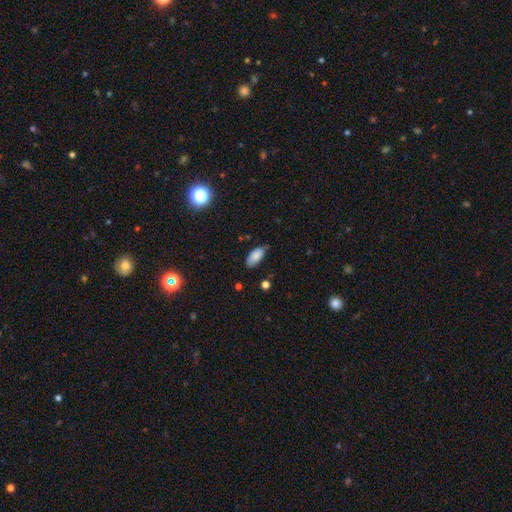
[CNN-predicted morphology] This appears to be a smooth galaxy with no disk features (84%) that is in between round and cigar-shaped (90%). Merging: none (65%).